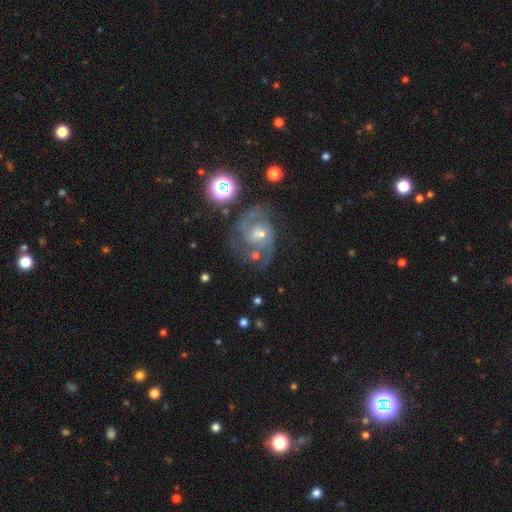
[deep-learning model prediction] smooth-or-featured: featured or disk: 62% | star or artifact: 22% | smooth: 15%
  disk-edge-on: no: 96% | yes: 4%
    bar: no: 65% | weak: 27% | strong: 9%
    has-spiral-arms: yes: 80% | no: 20%
    bulge-size: moderate: 50% | small: 38% | large: 7% | none: 4% | dominant: 3%
  merging: none: 68% | minor disturbance: 13% | major disturbance: 10% | merger: 9%